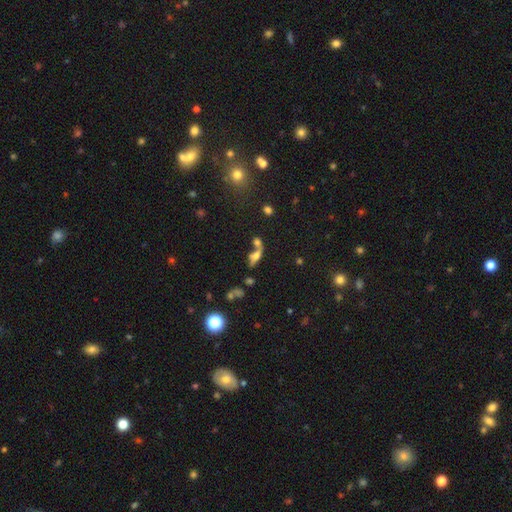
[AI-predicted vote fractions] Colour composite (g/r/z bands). It shows a smooth galaxy with no disk features (47%). Merging: merger (49%).